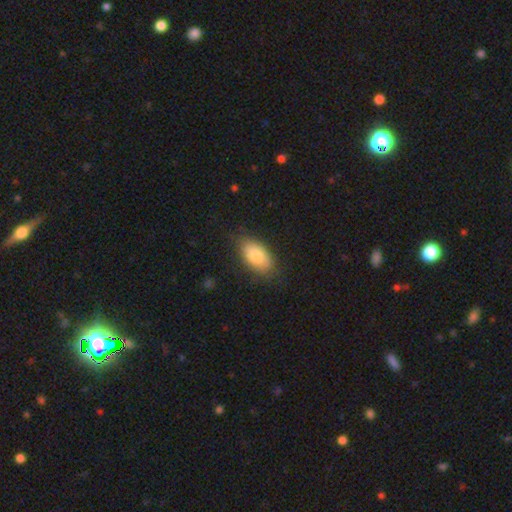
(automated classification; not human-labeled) A smooth galaxy with no disk features (81%) that is in between round and cigar-shaped (93%). Merging: none (80%).